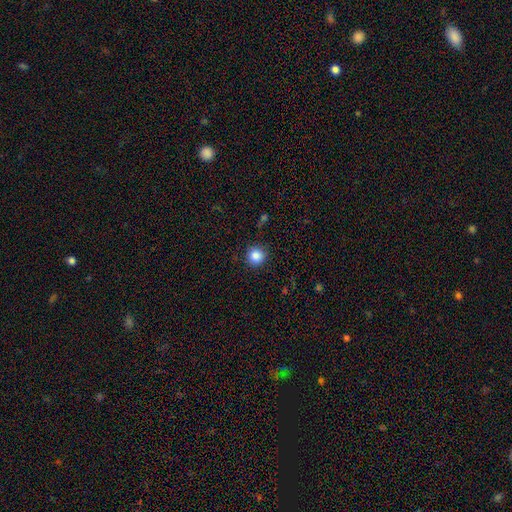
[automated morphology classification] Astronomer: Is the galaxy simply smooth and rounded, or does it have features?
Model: smooth — 86%.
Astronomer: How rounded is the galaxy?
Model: round — 94%.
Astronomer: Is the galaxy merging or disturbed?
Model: none — 89%.